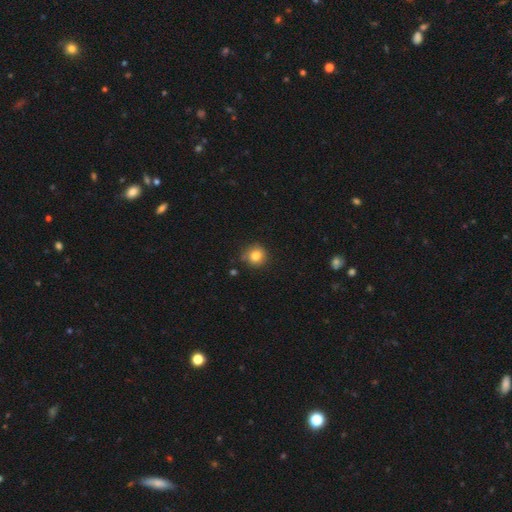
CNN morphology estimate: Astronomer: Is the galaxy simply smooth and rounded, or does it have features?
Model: smooth — 82%.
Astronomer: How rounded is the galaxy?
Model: round — 88%.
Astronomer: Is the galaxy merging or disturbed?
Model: none — 81%.